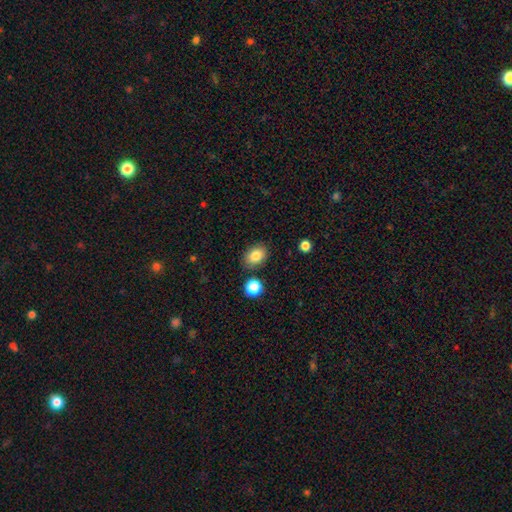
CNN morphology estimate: Overall: smooth (84%). How rounded: in between (75%). Merging: none (83%).